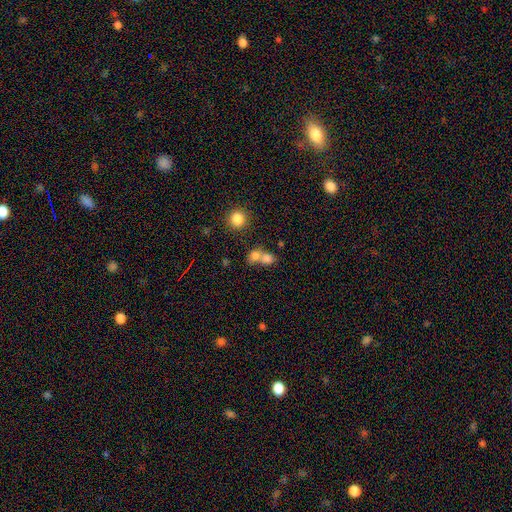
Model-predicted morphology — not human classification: type=smooth (76%); roundness=round (63%); merging=merger (58%).